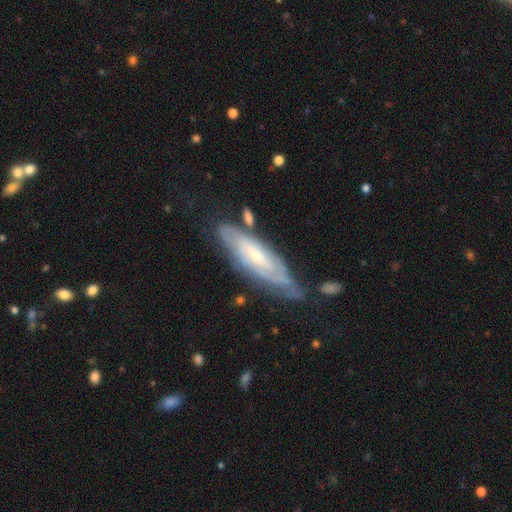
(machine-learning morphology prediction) A featured or disk galaxy (77%) with no bar (50%), tight (67%) spiral arms (88%) and a small central bulge (61%).

Vote fractions:
- Smooth or featured? featured or disk: 77% / smooth: 17% / star or artifact: 6%
- Edge-on disk? no: 80% / yes: 20%
- Bar? no: 50% / weak: 39% / strong: 12%
- Spiral arms? yes: 88% / no: 12%
- Spiral winding? tight: 67% / medium: 26% / loose: 7%
- Spiral arm count? can't tell: 54% / 2: 29% / 3: 7% / 4: 4% / 1: 3% / more than 4: 2%
- Bulge size? small: 61% / moderate: 34% / none: 2% / large: 2% / dominant: 1%
- Merging? none: 61% / minor disturbance: 25% / major disturbance: 9% / merger: 5%